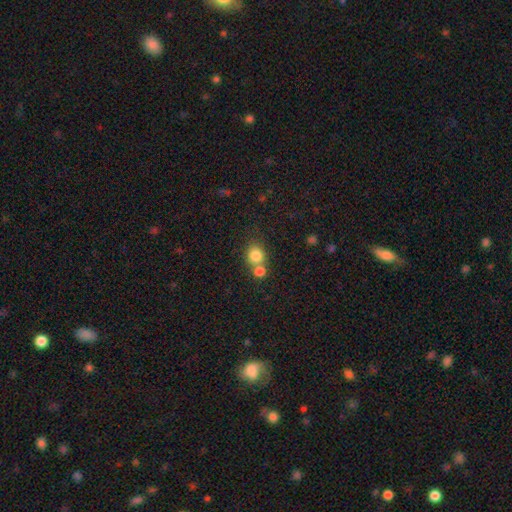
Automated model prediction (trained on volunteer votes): The model was most divided on "merging": none: 49%, merger: 41%, minor disturbance: 7%, major disturbance: 3%. More confident: how rounded — round (83%); smooth or featured — smooth (82%).